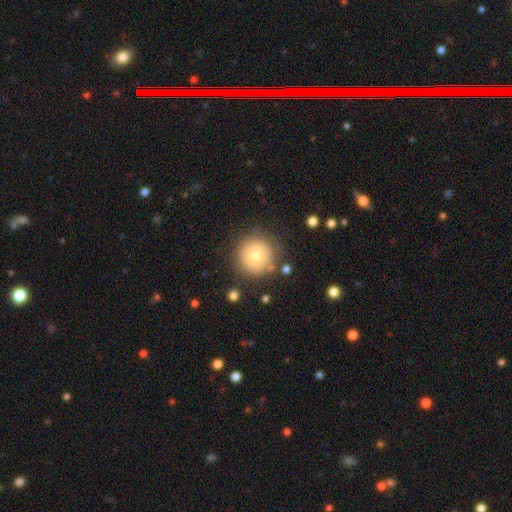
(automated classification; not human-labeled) smooth-or-featured: smooth: 74% | featured or disk: 16% | star or artifact: 10%
  how-rounded: round: 95% | in between: 4% | cigar-shaped: 1%
  merging: none: 80% | minor disturbance: 13% | major disturbance: 4% | merger: 3%